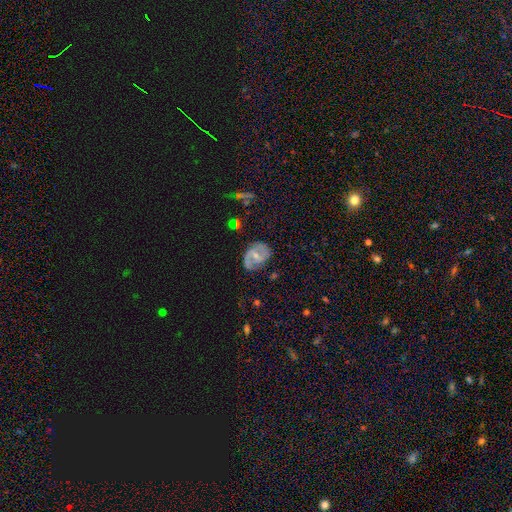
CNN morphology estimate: Smooth or featured: featured or disk — 68% (smooth — 24%)
Edge-on disk: no — 97% (yes — 3%)
Bar: weak — 51% (no — 31%)
Spiral arms: yes — 81% (no — 19%)
Spiral winding: medium — 46% (tight — 30%)
Spiral arm count: 2 — 78% (can't tell — 13%)
Bulge size: small — 49% (moderate — 46%)
Merging: none — 70% (minor disturbance — 21%)